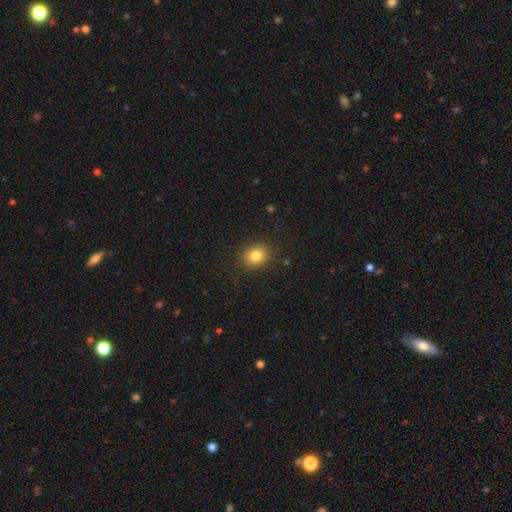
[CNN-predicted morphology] Q: Smooth or featured?
A: smooth (83%); runner-up: star or artifact (11%)
Q: How rounded?
A: round (66%); runner-up: in between (33%)
Q: Merging?
A: none (88%); runner-up: minor disturbance (8%)